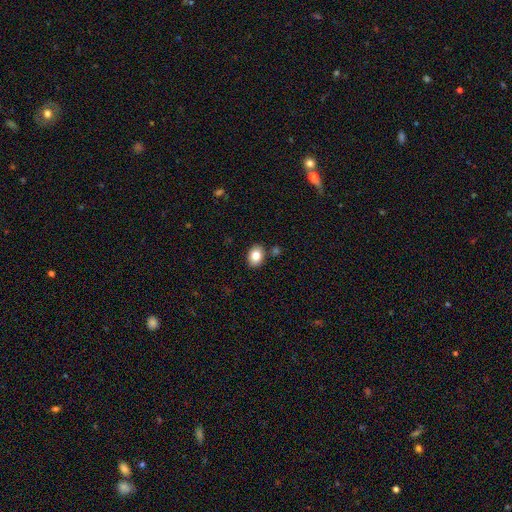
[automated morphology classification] Q: Smooth or featured?
A: smooth (82%); runner-up: featured or disk (9%)
Q: How rounded?
A: in between (65%); runner-up: round (34%)
Q: Merging?
A: none (84%); runner-up: minor disturbance (9%)